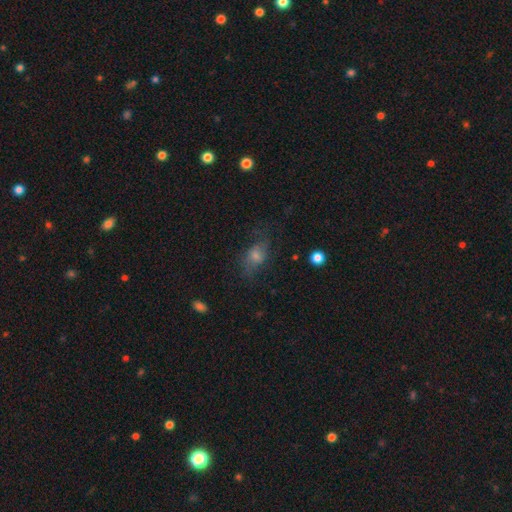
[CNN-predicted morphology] Smooth or featured? smooth (51%)
How rounded? in between (72%)
Merging? none (59%)